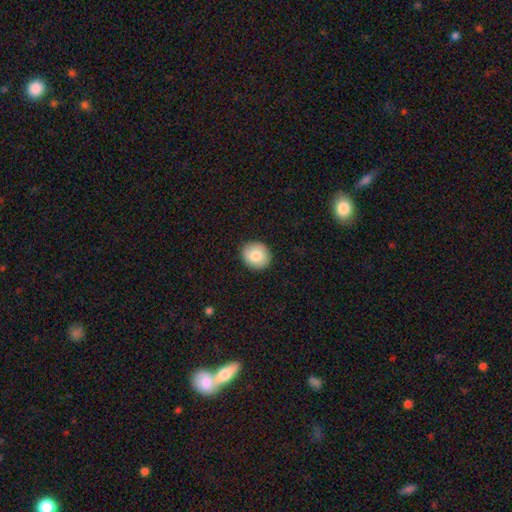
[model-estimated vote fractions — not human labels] A smooth galaxy with no disk features (80%) that is round (75%).

Vote fractions:
- Smooth or featured? smooth: 80% / featured or disk: 12% / star or artifact: 8%
- How rounded? round: 75% / in between: 24% / cigar-shaped: 1%
- Merging? none: 90% / minor disturbance: 7% / major disturbance: 2% / merger: 1%